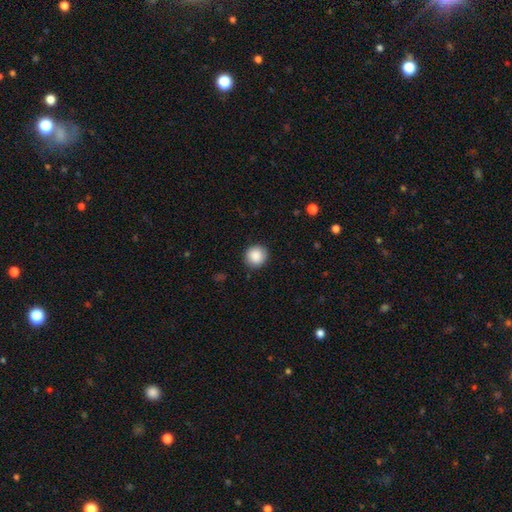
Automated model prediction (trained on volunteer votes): Q: Smooth or featured?
A: smooth (88%); runner-up: star or artifact (8%)
Q: How rounded?
A: round (91%); runner-up: in between (8%)
Q: Merging?
A: none (89%); runner-up: minor disturbance (8%)